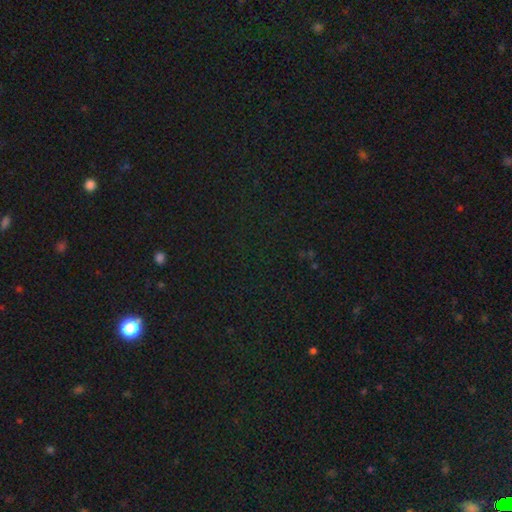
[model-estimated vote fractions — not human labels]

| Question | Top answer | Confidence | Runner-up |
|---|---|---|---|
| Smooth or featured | star or artifact | 78% | smooth (14%) |